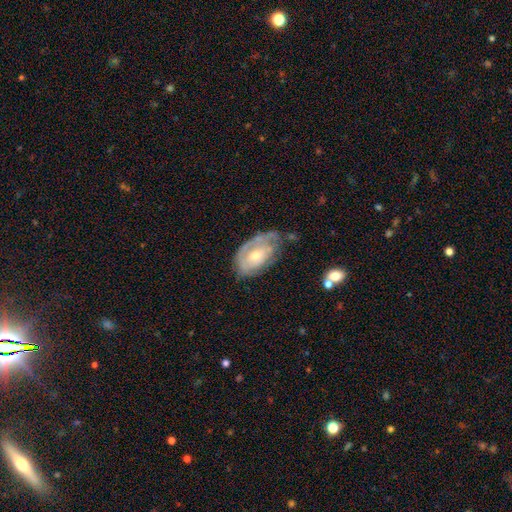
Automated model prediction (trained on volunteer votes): smooth_or_featured: featured or disk (p=0.65) [alt: smooth p=0.29]
disk_edge_on: no (p=0.94) [alt: yes p=0.06]
bar: no (p=0.68) [alt: weak p=0.26]
has_spiral_arms: yes (p=0.70) [alt: no p=0.30]
bulge_size: moderate (p=0.49) [alt: small p=0.45]
merging: none (p=0.48) [alt: minor disturbance p=0.33]